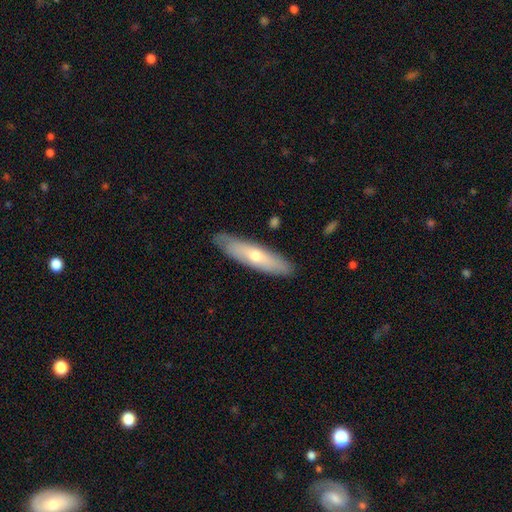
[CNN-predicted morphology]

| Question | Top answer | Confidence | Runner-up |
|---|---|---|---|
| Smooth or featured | smooth | 53% | featured or disk (41%) |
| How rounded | cigar-shaped | 73% | in between (25%) |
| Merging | none | 82% | minor disturbance (14%) |